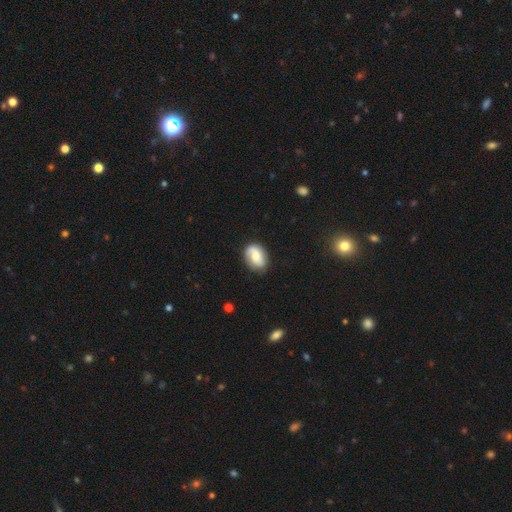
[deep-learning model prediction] smooth-or-featured: smooth: 53% | featured or disk: 39% | star or artifact: 8%
  how-rounded: in between: 76% | round: 23% | cigar-shaped: 1%
  merging: none: 71% | minor disturbance: 21% | major disturbance: 6% | merger: 2%